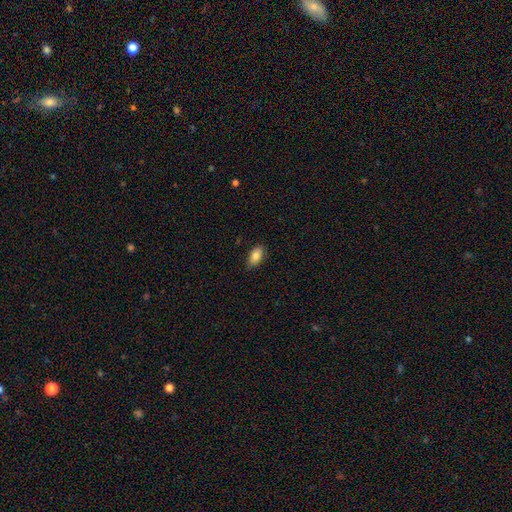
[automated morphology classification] Smooth or featured?
  - smooth: 83% *
  - featured or disk: 10%
  - star or artifact: 7%
How rounded?
  - in between: 91% *
  - cigar-shaped: 4%
  - round: 4%
Merging?
  - none: 83% *
  - minor disturbance: 13%
  - major disturbance: 2%
  - merger: 1%